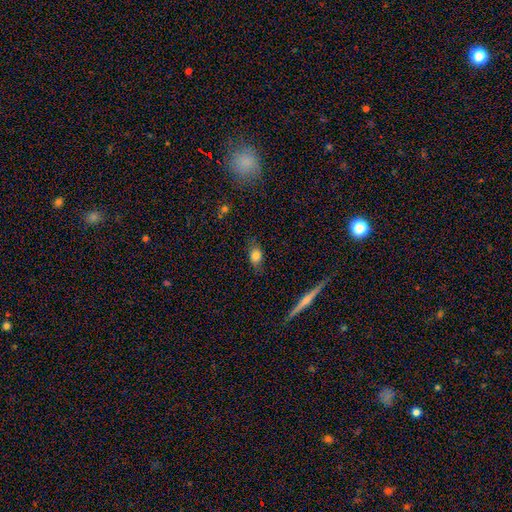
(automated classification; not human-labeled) smooth-or-featured: smooth: 78% | featured or disk: 12% | star or artifact: 10%
  how-rounded: in between: 68% | round: 27% | cigar-shaped: 6%
  merging: none: 74% | minor disturbance: 19% | major disturbance: 5% | merger: 2%